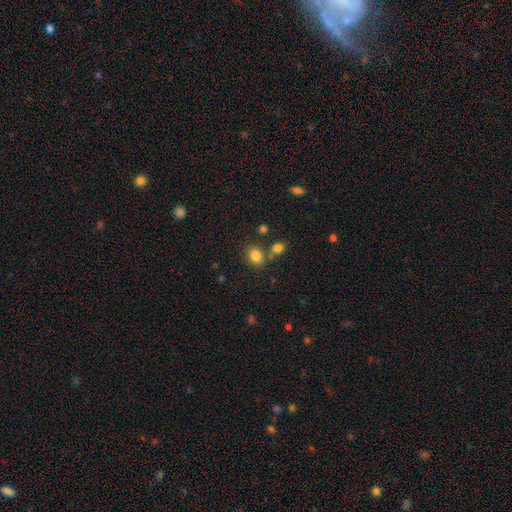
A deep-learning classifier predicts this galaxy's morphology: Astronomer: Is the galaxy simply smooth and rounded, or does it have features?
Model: smooth — 82%.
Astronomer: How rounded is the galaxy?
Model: in between — 53% (runner-up: round, 46%).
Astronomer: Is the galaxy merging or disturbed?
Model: none — 68%.